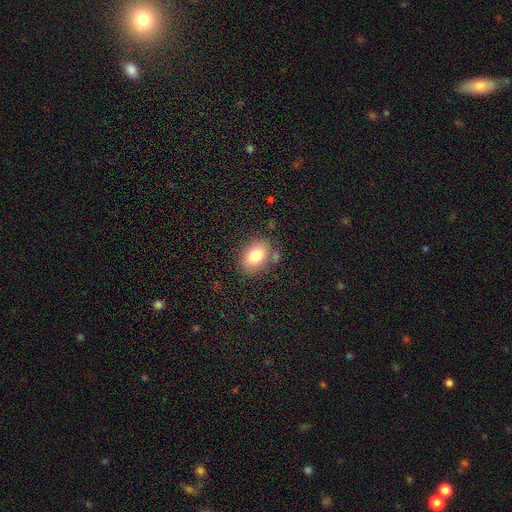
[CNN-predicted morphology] Smooth or featured?
  - smooth: 81% *
  - featured or disk: 11%
  - star or artifact: 8%
How rounded?
  - in between: 78% *
  - round: 21%
  - cigar-shaped: 1%
Merging?
  - none: 75% *
  - minor disturbance: 15%
  - merger: 5%
  - major disturbance: 5%